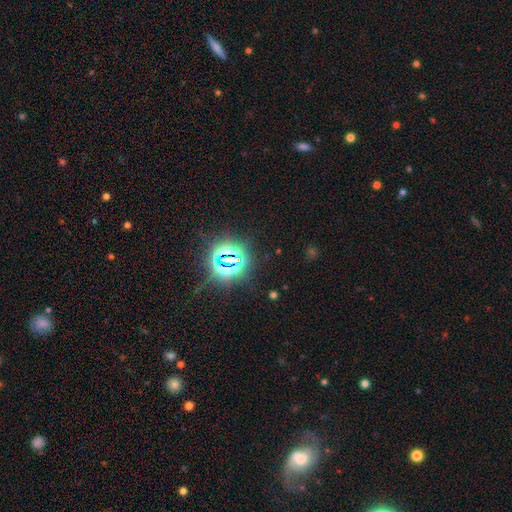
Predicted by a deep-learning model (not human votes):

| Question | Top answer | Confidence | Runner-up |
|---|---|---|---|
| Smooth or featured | star or artifact | 81% | smooth (12%) |